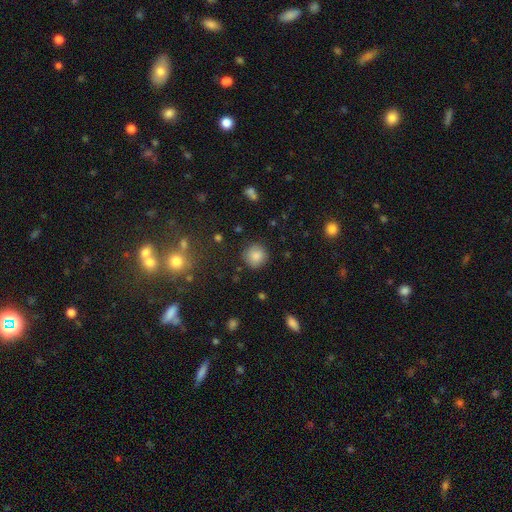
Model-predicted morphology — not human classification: The model was most divided on "smooth or featured": smooth: 85%, star or artifact: 10%, featured or disk: 5%. More confident: how rounded — round (91%); merging — none (86%).